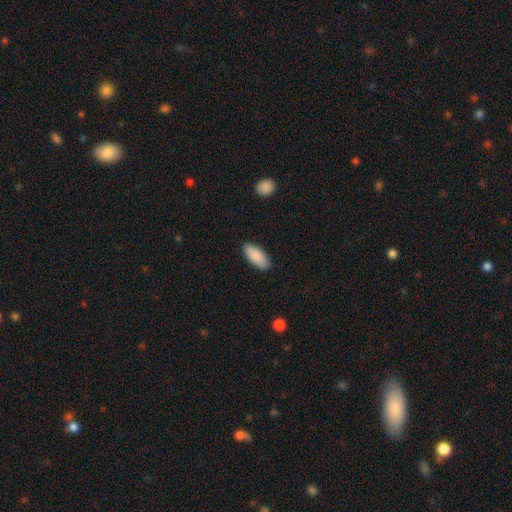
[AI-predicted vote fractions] A smooth galaxy with no disk features (90%) that is in between round and cigar-shaped (85%).

Vote fractions:
- Smooth or featured? smooth: 90% / star or artifact: 6% / featured or disk: 5%
- How rounded? in between: 85% / cigar-shaped: 13% / round: 2%
- Merging? none: 87% / minor disturbance: 10% / major disturbance: 2% / merger: 1%